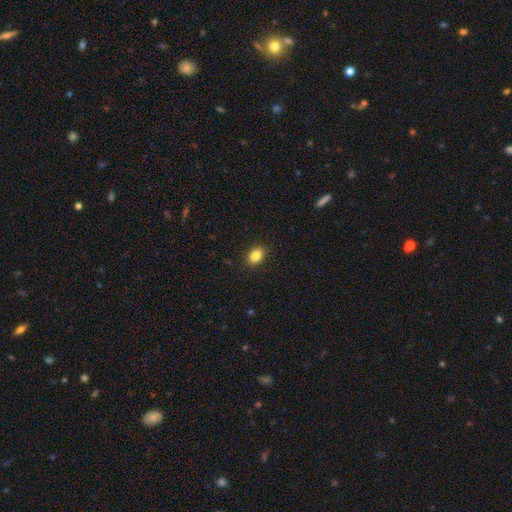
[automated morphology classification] Smooth or featured?
  - smooth: 85% *
  - star or artifact: 9%
  - featured or disk: 6%
How rounded?
  - in between: 82% *
  - round: 17%
  - cigar-shaped: 2%
Merging?
  - none: 89% *
  - minor disturbance: 8%
  - major disturbance: 2%
  - merger: 1%